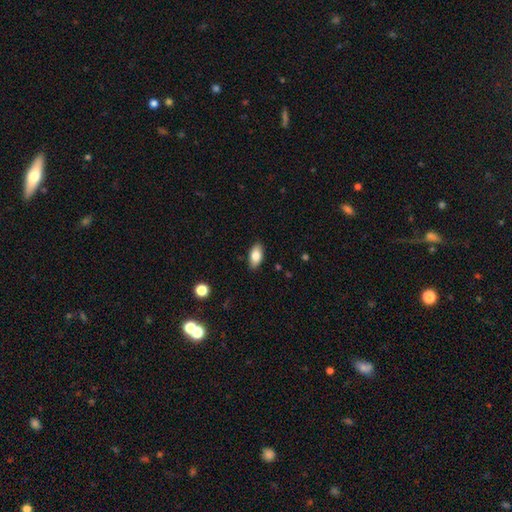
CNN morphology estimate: The model was most divided on "smooth or featured": smooth: 82%, featured or disk: 11%, star or artifact: 7%. More confident: how rounded — in between (91%); merging — none (87%).